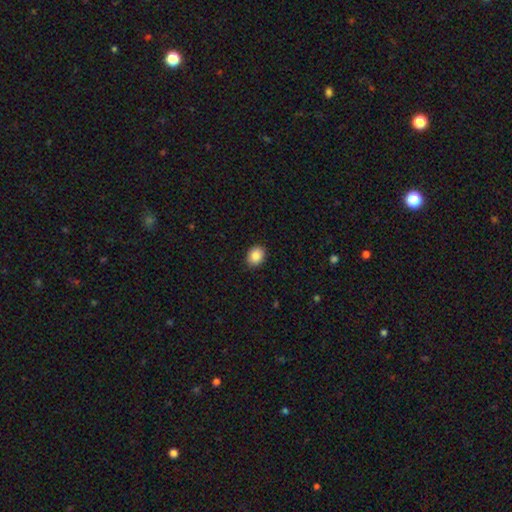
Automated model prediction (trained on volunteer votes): This is clearly a smooth galaxy (87%). How rounded: possibly in between (52%). Merging: clearly none (90%).